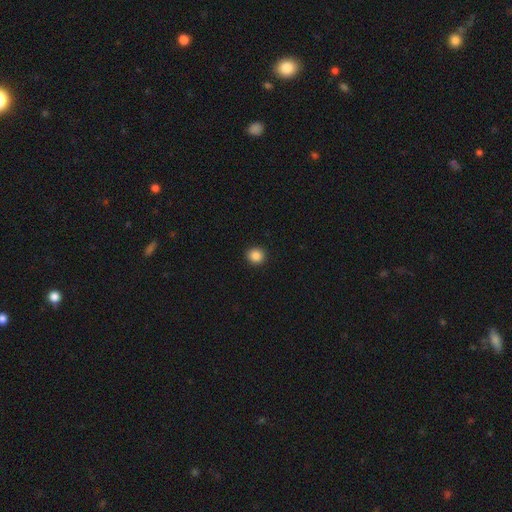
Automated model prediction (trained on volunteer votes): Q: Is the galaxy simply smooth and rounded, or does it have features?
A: smooth — 87%.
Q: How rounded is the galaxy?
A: round — 91%.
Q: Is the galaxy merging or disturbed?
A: none — 93%.